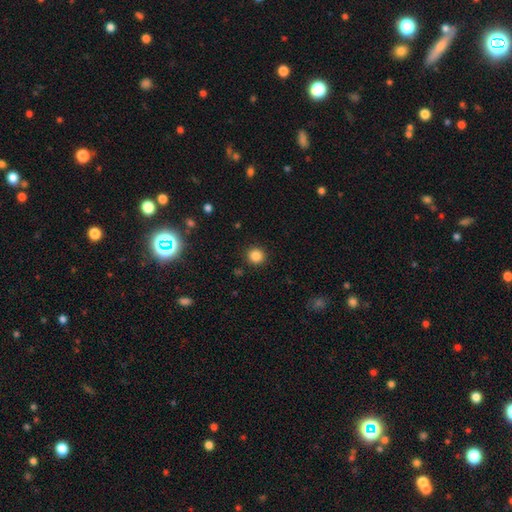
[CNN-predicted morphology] type=smooth (85%); roundness=round (93%); merging=none (91%).